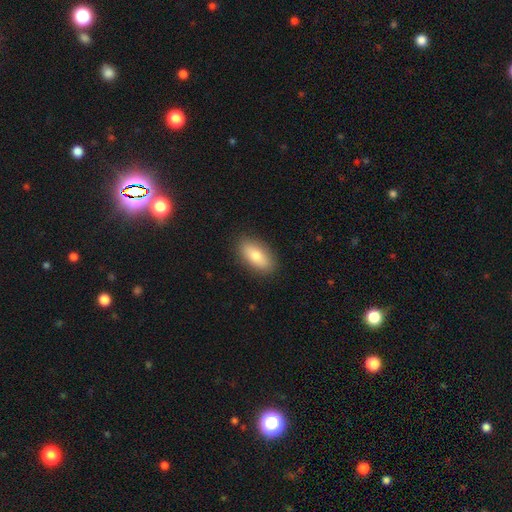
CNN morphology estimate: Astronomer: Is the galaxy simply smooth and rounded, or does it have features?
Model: smooth — 77%.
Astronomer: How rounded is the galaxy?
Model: in between — 88%.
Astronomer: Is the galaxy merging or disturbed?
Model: none — 89%.